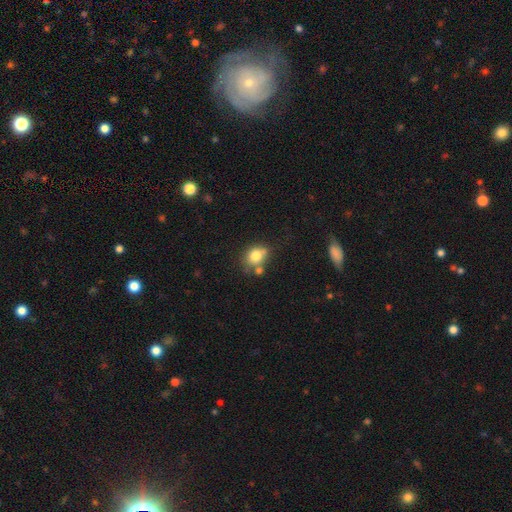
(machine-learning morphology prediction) Q: Smooth or featured?
A: smooth (76%); runner-up: featured or disk (13%)
Q: How rounded?
A: round (57%); runner-up: in between (42%)
Q: Merging?
A: none (51%); runner-up: merger (22%)